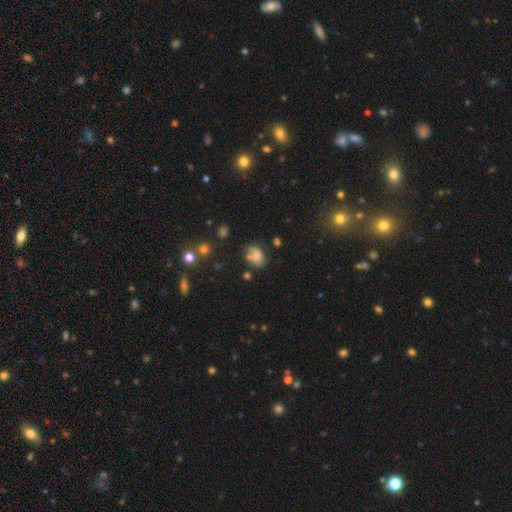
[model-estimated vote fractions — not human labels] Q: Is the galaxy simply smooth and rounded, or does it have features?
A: smooth — 72%.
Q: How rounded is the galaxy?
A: in between — 72%.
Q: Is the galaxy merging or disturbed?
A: none — 57%.